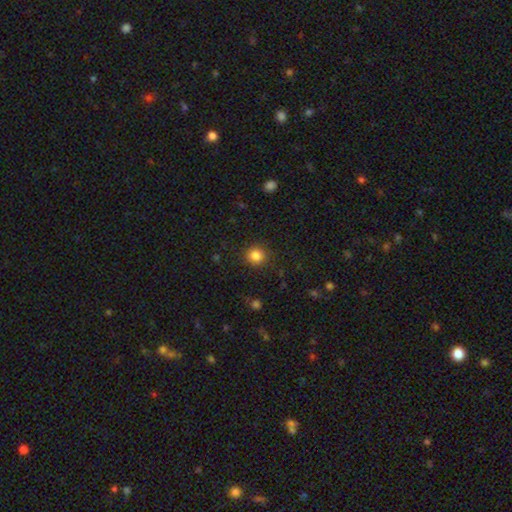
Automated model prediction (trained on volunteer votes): Smooth or featured? smooth (84%)
How rounded? round (90%)
Merging? none (89%)